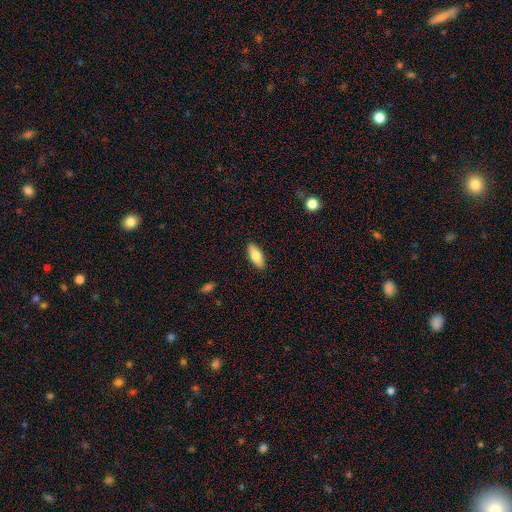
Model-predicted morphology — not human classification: The model was most divided on "how rounded": in between: 76%, cigar-shaped: 22%, round: 2%. More confident: merging — none (89%); smooth or featured — smooth (77%).